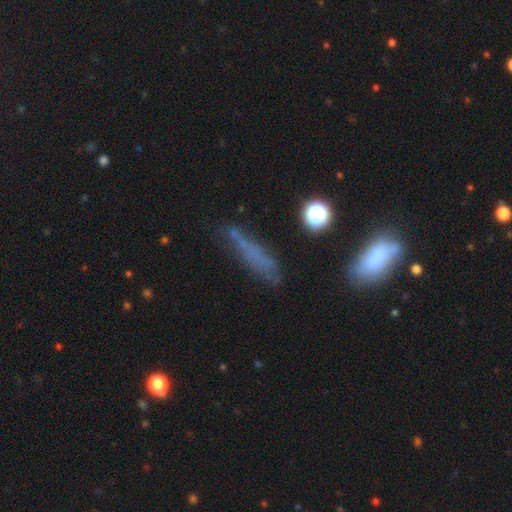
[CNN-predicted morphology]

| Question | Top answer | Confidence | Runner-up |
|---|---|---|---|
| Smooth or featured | smooth | 55% | featured or disk (29%) |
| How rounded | cigar-shaped | 81% | in between (15%) |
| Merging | none | 66% | minor disturbance (21%) |